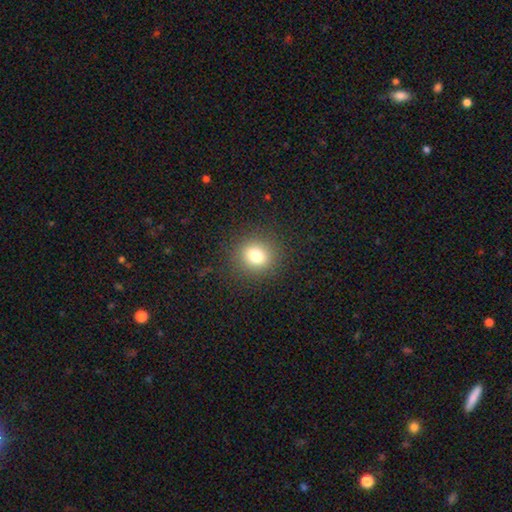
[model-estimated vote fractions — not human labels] Smooth or featured: smooth — 78% (star or artifact — 14%)
How rounded: round — 81% (in between — 18%)
Merging: none — 88% (minor disturbance — 7%)